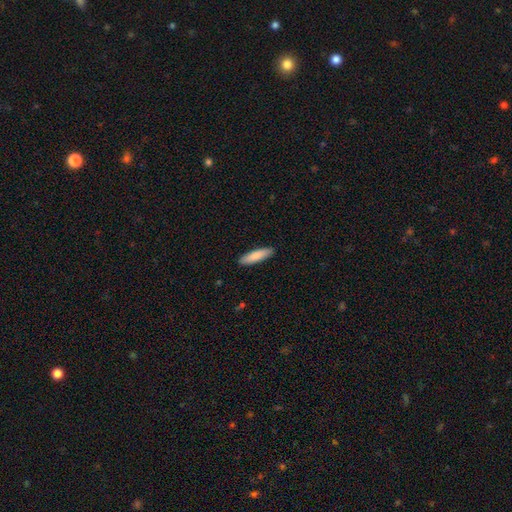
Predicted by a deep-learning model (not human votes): This appears to be a smooth galaxy with no disk features (84%) that is cigar-shaped (71%). Merging: none (90%).